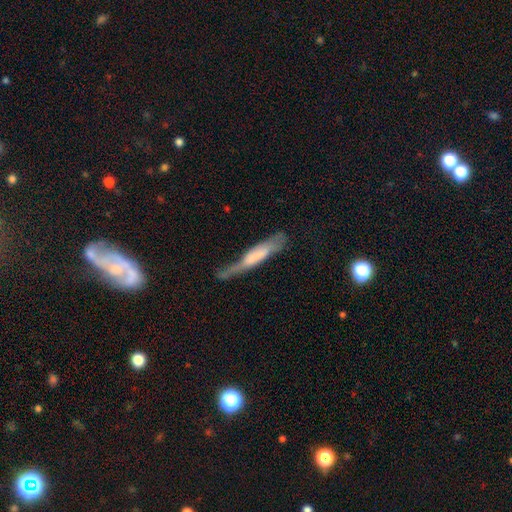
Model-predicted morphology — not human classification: smooth 53%, featured or disk 40%, star or artifact 7%. Down the decision tree: how rounded — cigar-shaped (87%); merging — none (38%).